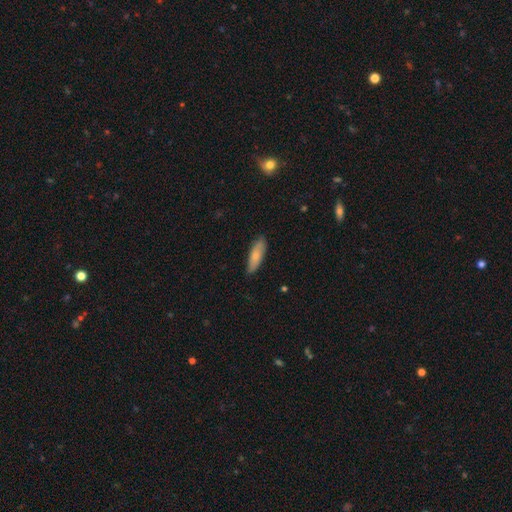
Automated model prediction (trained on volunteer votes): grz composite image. It shows a smooth galaxy with no disk features (77%) that is in between round and cigar-shaped (54%). Merging: none (83%).